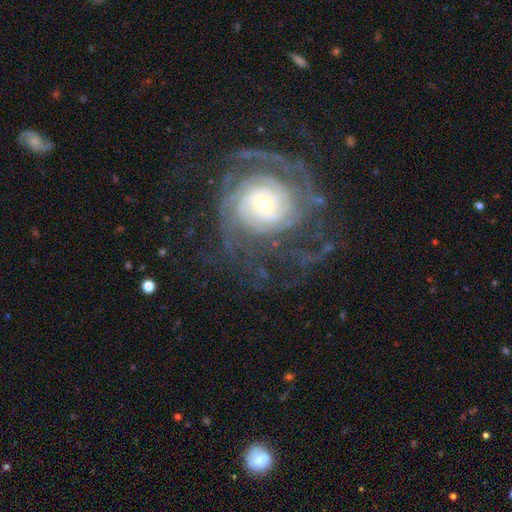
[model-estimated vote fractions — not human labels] Overall: featured or disk (82%). Edge-on disk: no (97%). Bar: no (62%; weak 27%). Spiral arms: yes (93%). Spiral arm count: can't tell (33%; 2 27%). Spiral winding: tight (63%; medium 29%). Bulge size: moderate (42%; small 38%). Merging: none (69%).